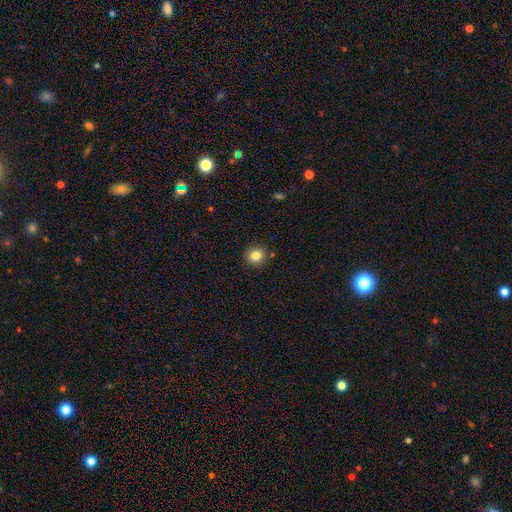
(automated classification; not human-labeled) Morphology: type=smooth (84%); roundness=round (82%); merging=none (88%).